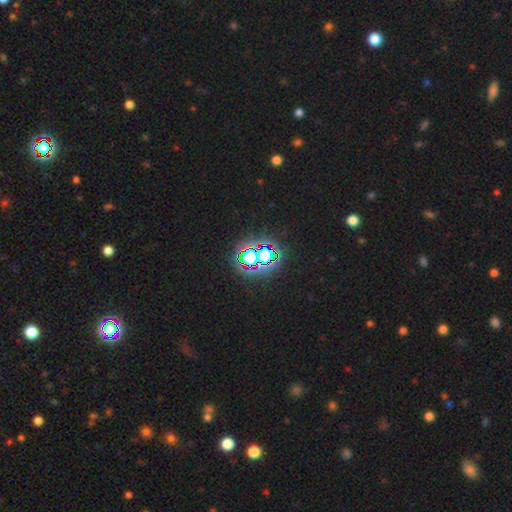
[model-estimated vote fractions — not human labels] star or artifact 70%, smooth 17%, featured or disk 12%.